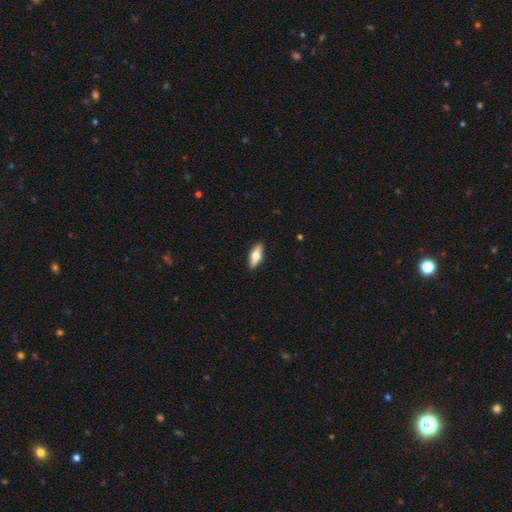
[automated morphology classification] smooth 64%, featured or disk 30%, star or artifact 6%. Down the decision tree: how rounded — in between (71%); merging — none (90%).